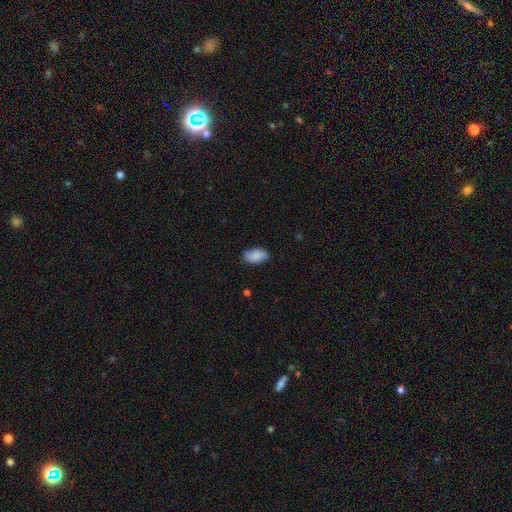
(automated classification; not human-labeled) Smooth or featured? smooth (85%)
How rounded? in between (93%)
Merging? none (79%)